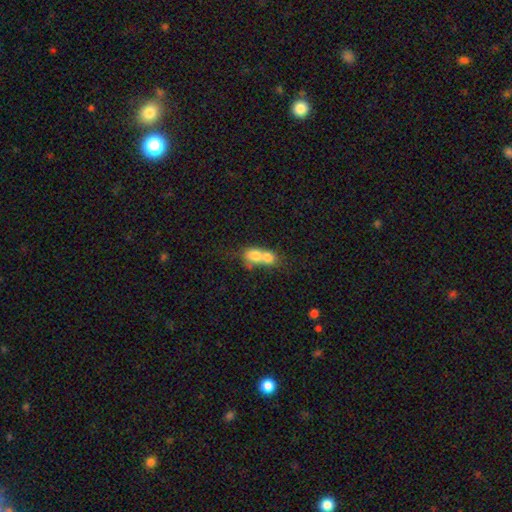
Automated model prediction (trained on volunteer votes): This is likely a smooth galaxy (71%). How rounded: possibly in between (49%). Merging: likely merger (77%).